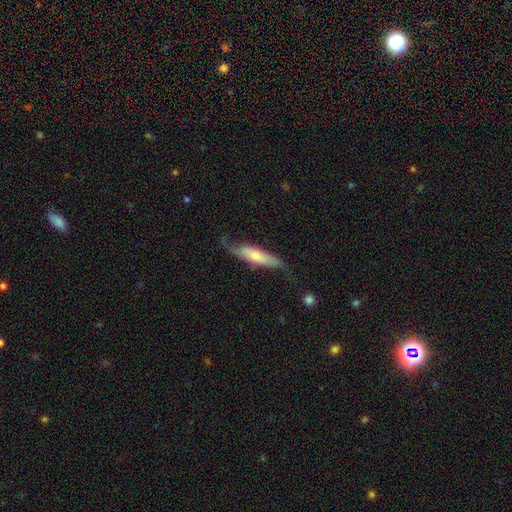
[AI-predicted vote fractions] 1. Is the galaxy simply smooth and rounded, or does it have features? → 54% smooth, 41% featured or disk, 6% star or artifact.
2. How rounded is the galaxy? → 61% cigar-shaped, 37% in between, 2% round.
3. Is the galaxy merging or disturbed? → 52% none, 29% minor disturbance, 16% major disturbance, 2% merger.